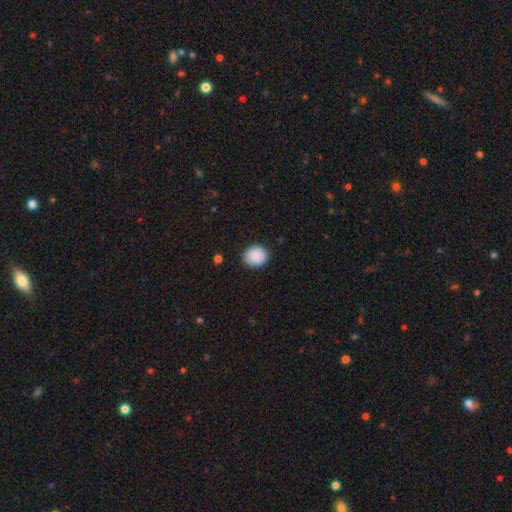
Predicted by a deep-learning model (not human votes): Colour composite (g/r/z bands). It shows a smooth galaxy with no disk features (89%) that is round (80%). Merging: none (89%).